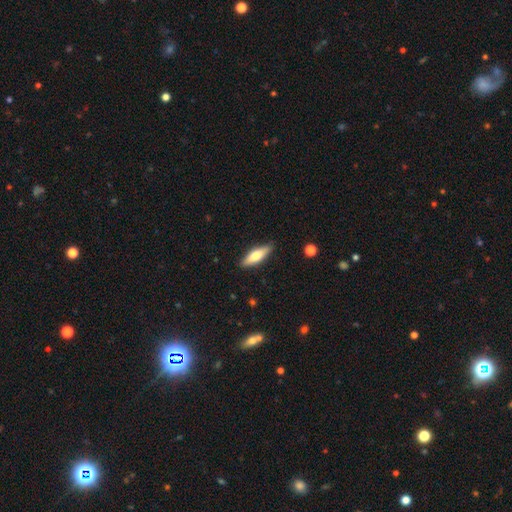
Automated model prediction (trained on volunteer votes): Q: Smooth or featured?
A: smooth (63%); runner-up: featured or disk (31%)
Q: How rounded?
A: cigar-shaped (54%); runner-up: in between (44%)
Q: Merging?
A: none (87%); runner-up: minor disturbance (10%)